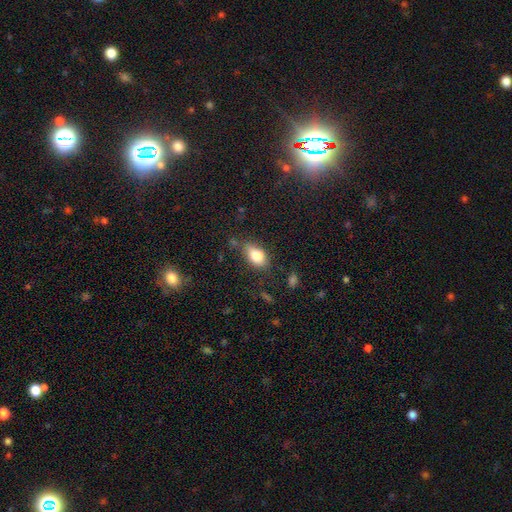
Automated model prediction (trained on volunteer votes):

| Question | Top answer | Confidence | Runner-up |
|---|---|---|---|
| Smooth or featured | smooth | 80% | featured or disk (10%) |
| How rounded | in between | 84% | round (12%) |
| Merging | none | 63% | minor disturbance (26%) |